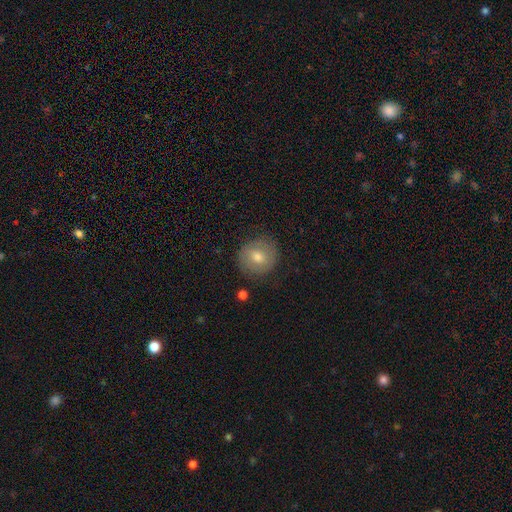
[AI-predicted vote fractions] Smooth or featured? Predicted: smooth (p=0.58). How rounded? Predicted: round (p=0.87). Merging? Predicted: none (p=0.84).